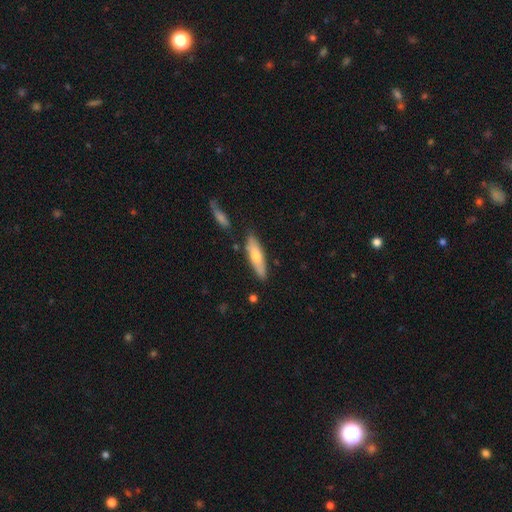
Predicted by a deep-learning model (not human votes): The model was most divided on "how rounded": cigar-shaped: 62%, in between: 36%, round: 2%. More confident: merging — none (79%); smooth or featured — smooth (63%).